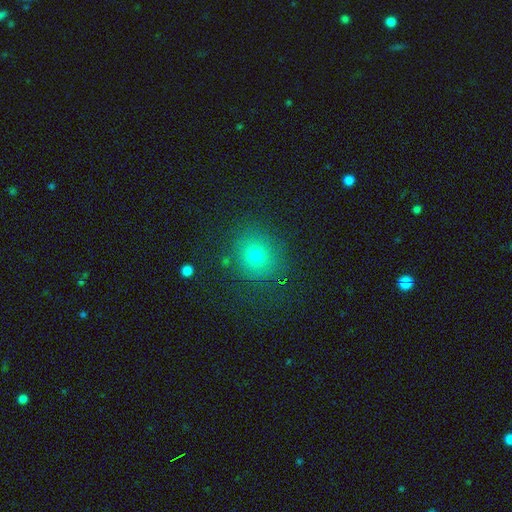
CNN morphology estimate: smooth 72%, star or artifact 18%, featured or disk 10%. Down the decision tree: how rounded — round (87%); merging — none (81%).